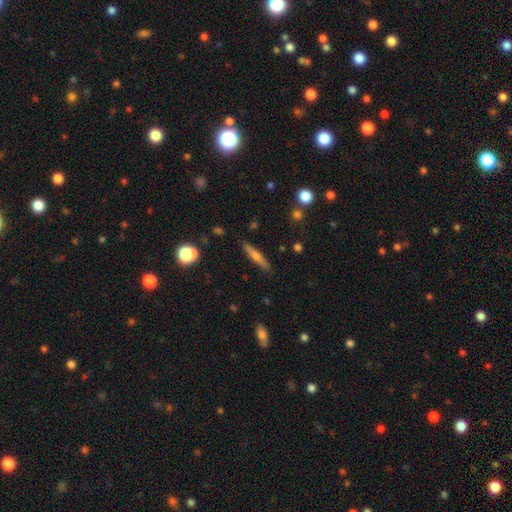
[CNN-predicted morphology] This appears to be a smooth galaxy with no disk features (51%) that is cigar-shaped (89%). Merging: none (88%).